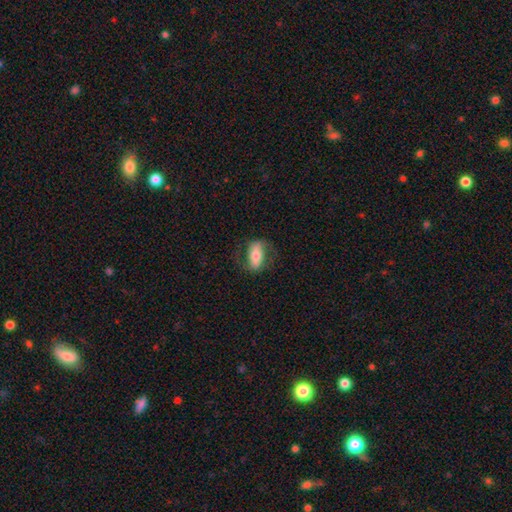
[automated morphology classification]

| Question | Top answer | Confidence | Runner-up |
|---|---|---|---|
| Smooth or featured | smooth | 49% | featured or disk (44%) |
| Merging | none | 70% | minor disturbance (18%) |